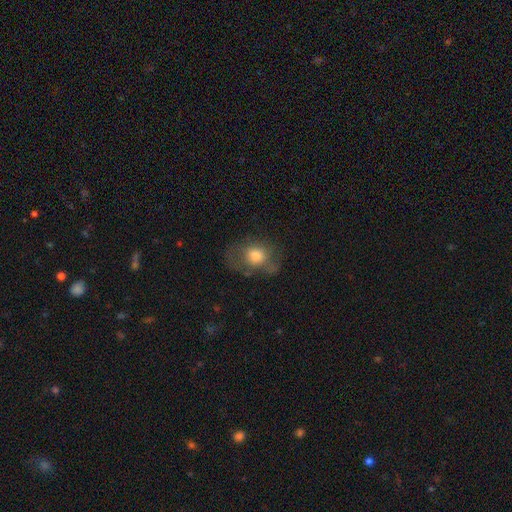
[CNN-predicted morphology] Smooth or featured? Predicted: smooth (p=0.68). How rounded? Predicted: in between (p=0.54). Merging? Predicted: none (p=0.49).